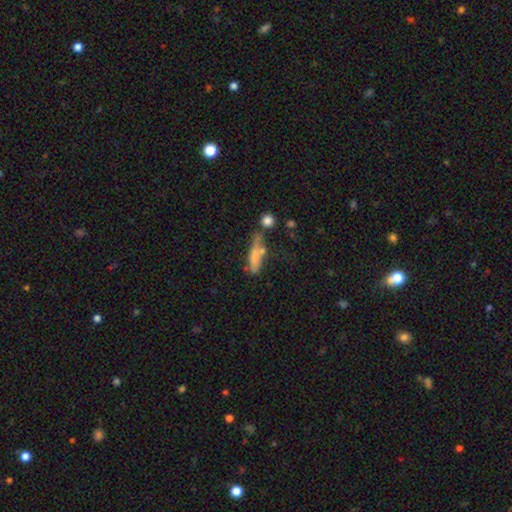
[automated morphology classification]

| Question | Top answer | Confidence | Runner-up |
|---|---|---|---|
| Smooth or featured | smooth | 67% | featured or disk (24%) |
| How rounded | cigar-shaped | 72% | in between (25%) |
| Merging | none | 47% | minor disturbance (23%) |